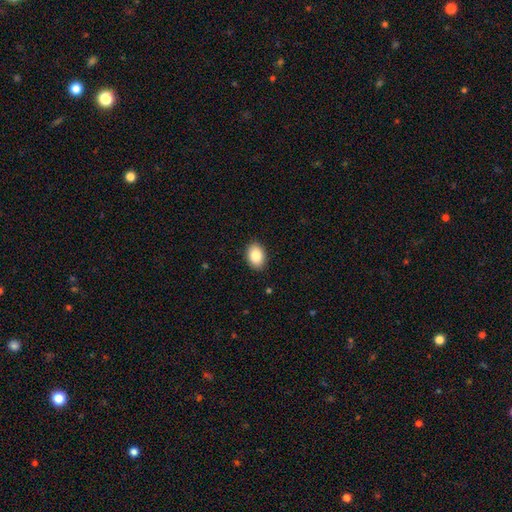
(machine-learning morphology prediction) smooth 85%, star or artifact 7%, featured or disk 7%. Down the decision tree: how rounded — in between (81%); merging — none (89%).